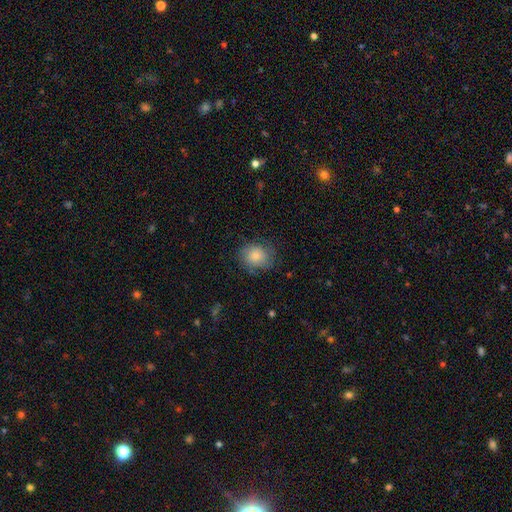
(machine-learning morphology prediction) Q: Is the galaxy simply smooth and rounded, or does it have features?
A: smooth — 80%.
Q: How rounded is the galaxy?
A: round — 65%.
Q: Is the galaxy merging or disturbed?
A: none — 71%.